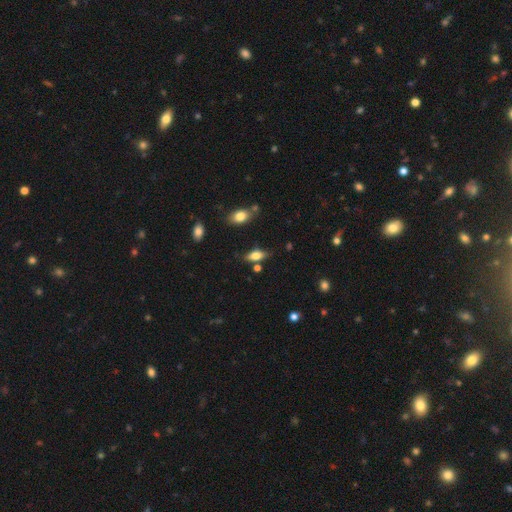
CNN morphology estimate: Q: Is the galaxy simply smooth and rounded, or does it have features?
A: smooth — 72%.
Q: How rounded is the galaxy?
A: in between — 80%.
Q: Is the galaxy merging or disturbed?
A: none — 72%.